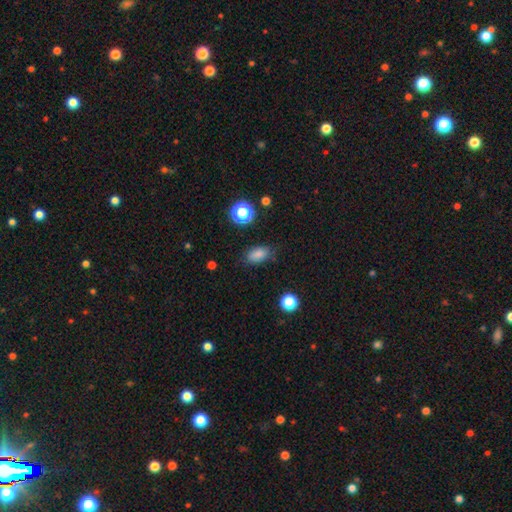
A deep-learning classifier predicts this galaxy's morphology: Smooth or featured? Predicted: smooth (p=0.82). How rounded? Predicted: in between (p=0.86). Merging? Predicted: none (p=0.82).